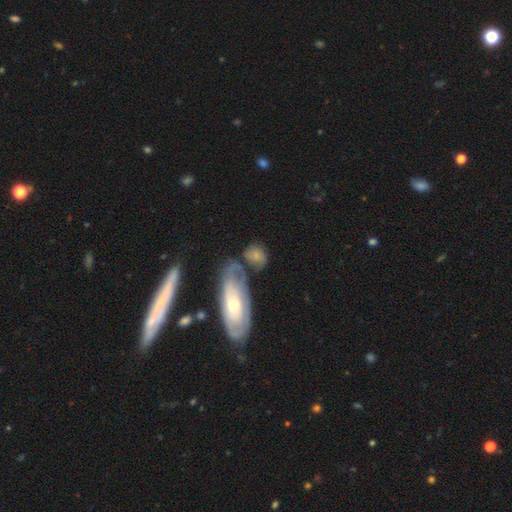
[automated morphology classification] A smooth galaxy with no disk features (61%) that is round (50%).

Vote fractions:
- Smooth or featured? smooth: 61% / featured or disk: 30% / star or artifact: 9%
- How rounded? round: 50% / in between: 47% / cigar-shaped: 4%
- Merging? none: 48% / merger: 20% / minor disturbance: 19% / major disturbance: 13%